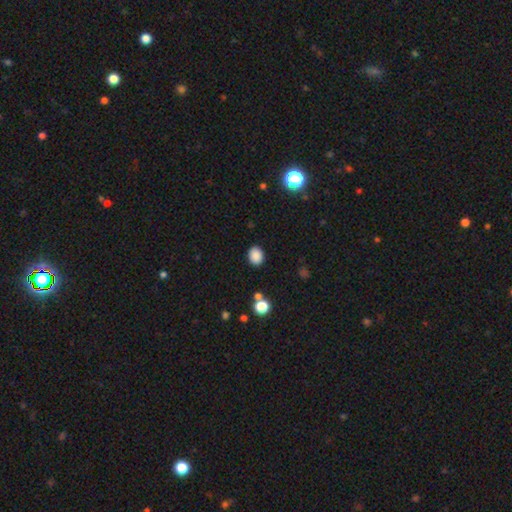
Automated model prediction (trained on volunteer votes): smooth-or-featured: smooth: 87% | star or artifact: 10% | featured or disk: 3%
  how-rounded: round: 52% | in between: 47% | cigar-shaped: 1%
  merging: none: 88% | minor disturbance: 8% | major disturbance: 2% | merger: 2%